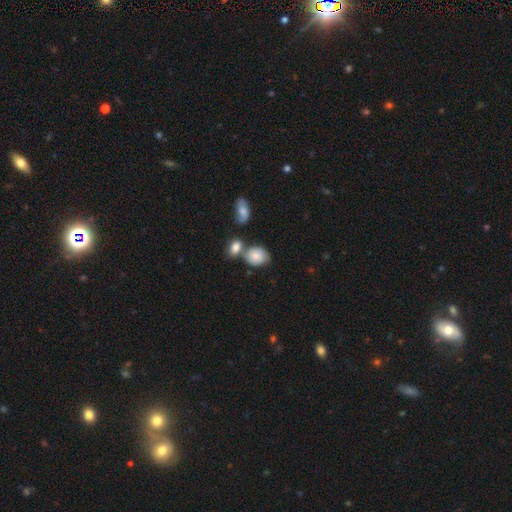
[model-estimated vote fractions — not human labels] This is likely a smooth galaxy (76%). How rounded: possibly in between (60%). Merging: possibly none (46%).